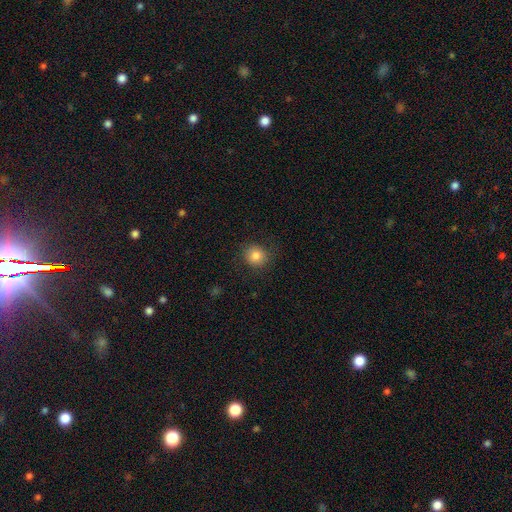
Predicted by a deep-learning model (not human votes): This is clearly a smooth galaxy (84%). How rounded: clearly round (88%). Merging: clearly none (86%).